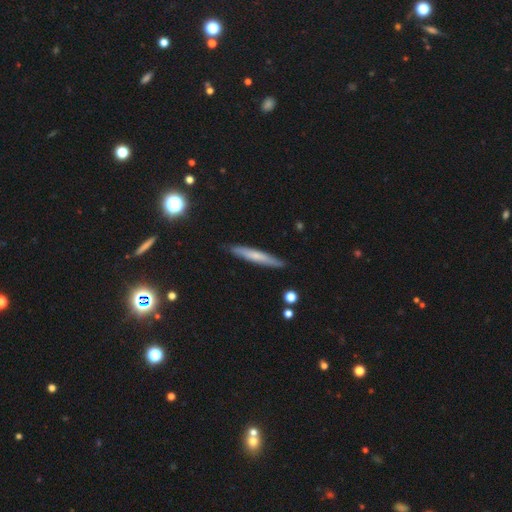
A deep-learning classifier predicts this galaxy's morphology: Q: Smooth or featured?
A: smooth (58%); runner-up: featured or disk (35%)
Q: How rounded?
A: cigar-shaped (94%); runner-up: in between (5%)
Q: Merging?
A: none (88%); runner-up: minor disturbance (9%)